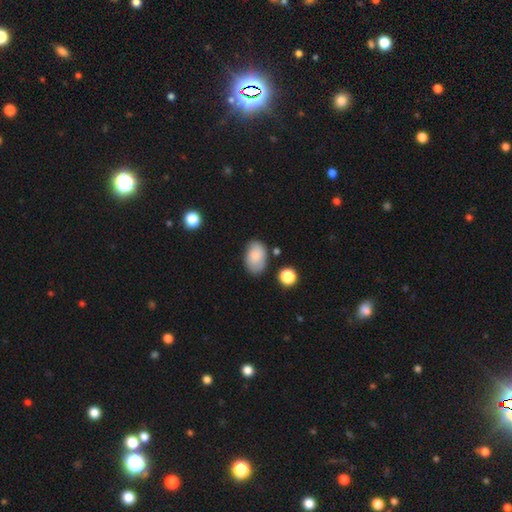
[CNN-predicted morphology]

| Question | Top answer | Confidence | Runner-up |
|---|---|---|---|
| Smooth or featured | smooth | 81% | featured or disk (11%) |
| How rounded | in between | 88% | round (11%) |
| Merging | none | 71% | minor disturbance (20%) |